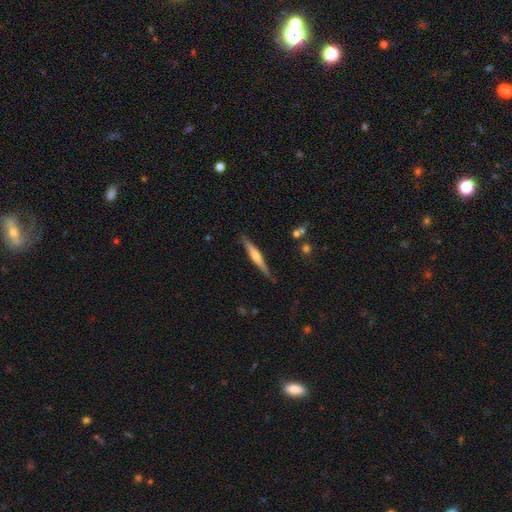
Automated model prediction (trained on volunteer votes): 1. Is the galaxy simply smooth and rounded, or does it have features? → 67% featured or disk, 27% smooth, 6% star or artifact.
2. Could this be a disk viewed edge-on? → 97% yes, 3% no.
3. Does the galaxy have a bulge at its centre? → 82% rounded, 10% none, 8% boxy.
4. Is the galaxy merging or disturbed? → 85% none, 11% minor disturbance, 2% major disturbance, 2% merger.